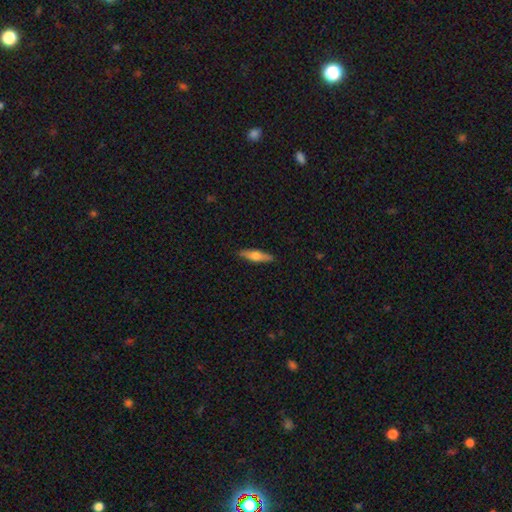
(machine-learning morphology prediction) Smooth or featured?
  - smooth: 54% *
  - featured or disk: 41%
  - star or artifact: 6%
How rounded?
  - cigar-shaped: 68% *
  - in between: 30%
  - round: 2%
Merging?
  - none: 89% *
  - minor disturbance: 8%
  - major disturbance: 2%
  - merger: 1%